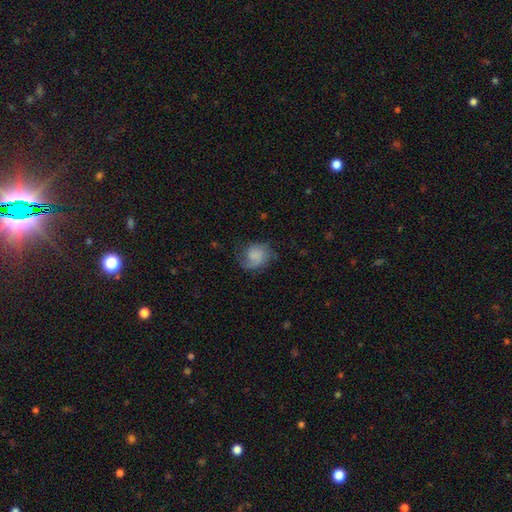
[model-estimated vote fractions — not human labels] A smooth galaxy with no disk features (56%) that is round (66%). Merging: none (55%).